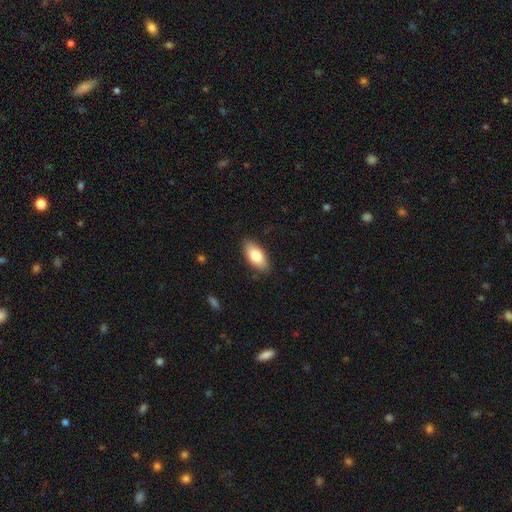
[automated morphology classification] A smooth galaxy with no disk features (79%) that is in between round and cigar-shaped (89%).

Vote fractions:
- Smooth or featured? smooth: 79% / featured or disk: 15% / star or artifact: 6%
- How rounded? in between: 89% / cigar-shaped: 8% / round: 3%
- Merging? none: 87% / minor disturbance: 10% / major disturbance: 2% / merger: 1%